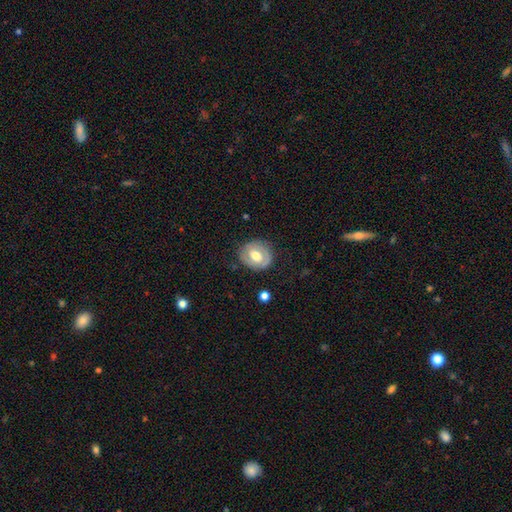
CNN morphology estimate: A featured or disk galaxy (48%).

Vote fractions:
- Smooth or featured? featured or disk: 48% / smooth: 45% / star or artifact: 6%
- Merging? none: 79% / minor disturbance: 15% / major disturbance: 5% / merger: 1%